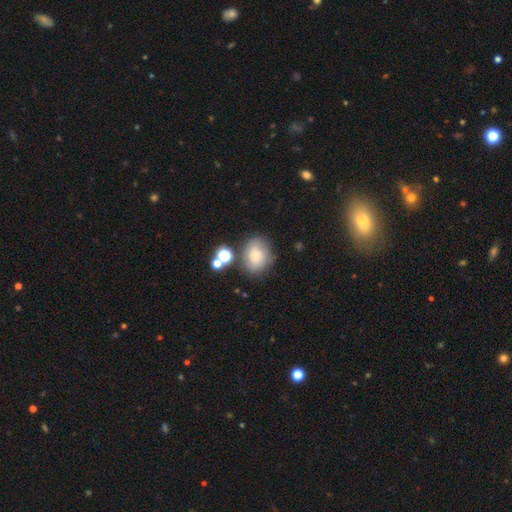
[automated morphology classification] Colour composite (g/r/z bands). It shows a smooth galaxy with no disk features (61%) that is in between round and cigar-shaped (53%). Merging: none (64%).